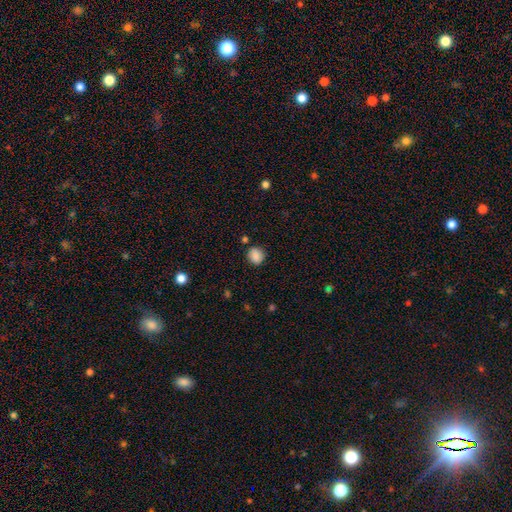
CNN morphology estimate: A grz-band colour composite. It shows a smooth galaxy with no disk features (87%) that is round (85%). Merging: none (84%).